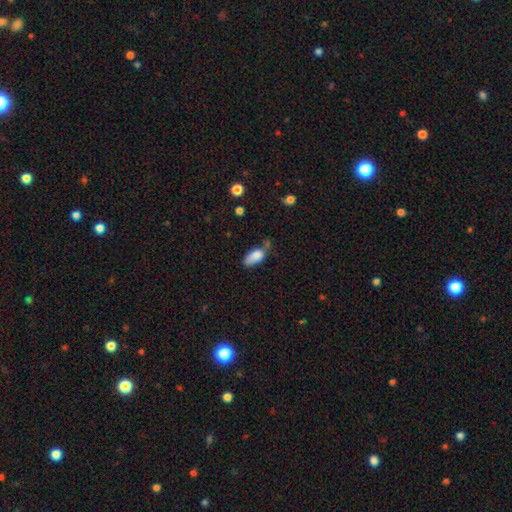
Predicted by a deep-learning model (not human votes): Smooth or featured? Predicted: smooth (p=0.81). How rounded? Predicted: in between (p=0.89). Merging? Predicted: none (p=0.40).